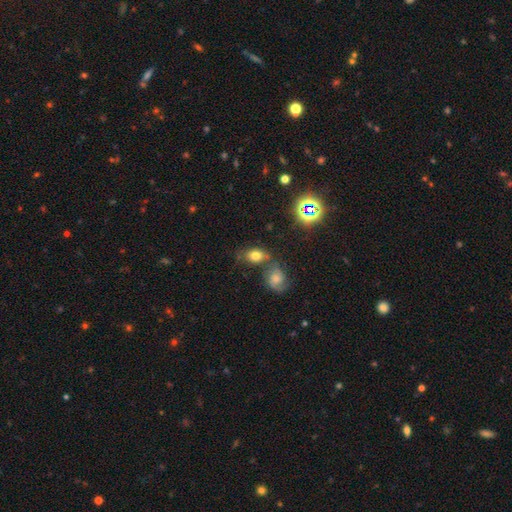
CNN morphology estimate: smooth-or-featured: smooth: 68% | featured or disk: 16% | star or artifact: 16%
  how-rounded: in between: 75% | round: 23% | cigar-shaped: 2%
  merging: none: 51% | merger: 27% | minor disturbance: 15% | major disturbance: 6%